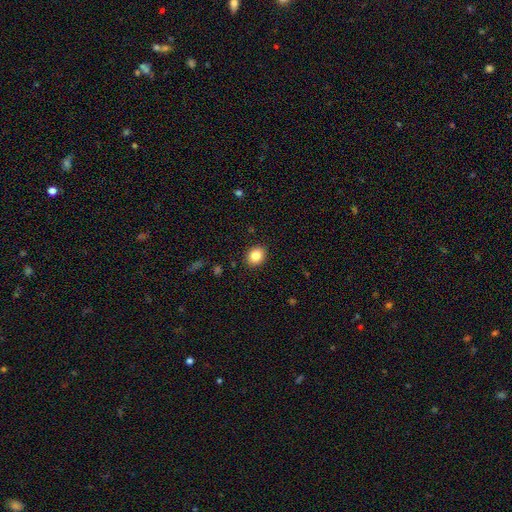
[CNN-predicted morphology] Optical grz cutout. It shows a smooth galaxy with no disk features (85%) that is round (55%). Merging: none (90%).